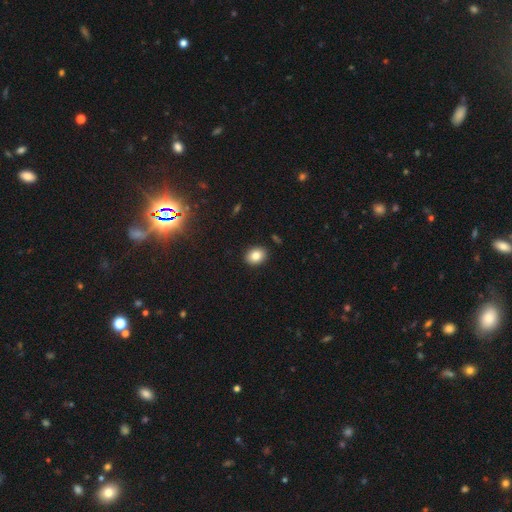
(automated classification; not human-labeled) This appears to be a smooth galaxy with no disk features (84%) that is in between round and cigar-shaped (54%). Merging: none (90%).